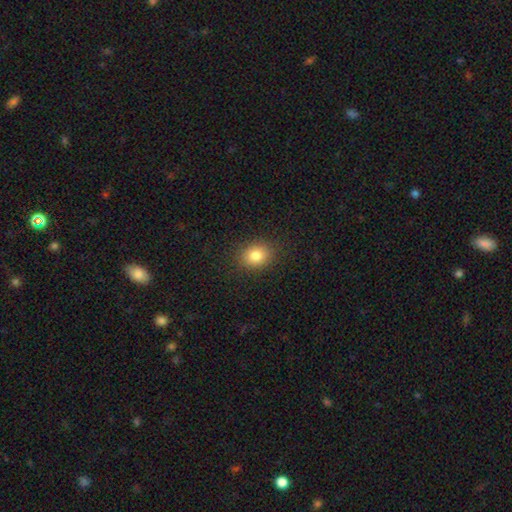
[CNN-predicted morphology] Smooth or featured? Predicted: smooth (p=0.83). How rounded? Predicted: in between (p=0.53). Merging? Predicted: none (p=0.88).